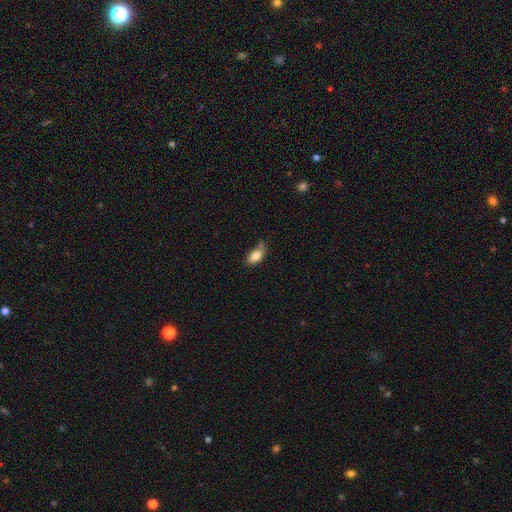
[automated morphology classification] The model was most divided on "merging": none: 49%, minor disturbance: 34%, major disturbance: 10%, merger: 8%. More confident: how rounded — in between (89%); smooth or featured — smooth (83%).